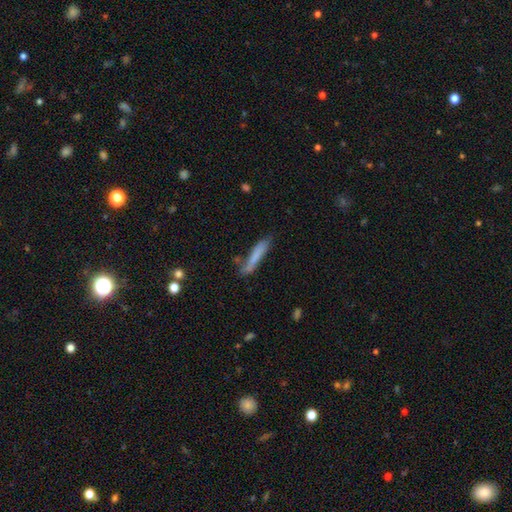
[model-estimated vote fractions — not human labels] Q: Smooth or featured?
A: smooth (74%); runner-up: featured or disk (19%)
Q: How rounded?
A: cigar-shaped (91%); runner-up: in between (8%)
Q: Merging?
A: none (66%); runner-up: minor disturbance (22%)